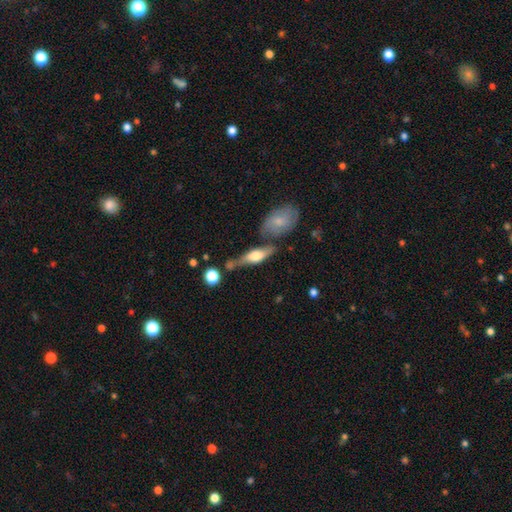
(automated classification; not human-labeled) Smooth or featured? Predicted: featured or disk (p=0.50). Edge-on disk? Predicted: yes (p=0.84). Merging? Predicted: none (p=0.55).